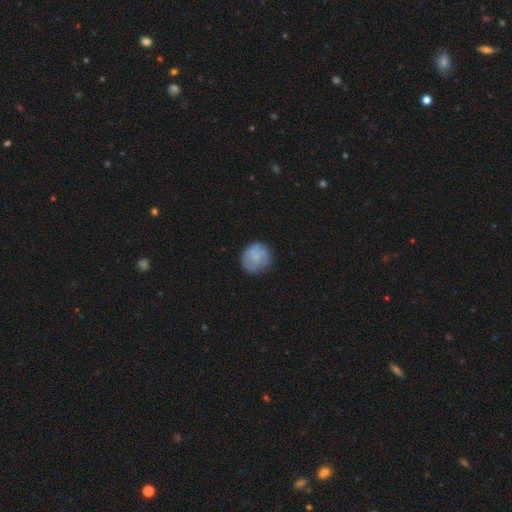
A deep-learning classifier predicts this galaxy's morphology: Smooth or featured? smooth (66%)
How rounded? round (87%)
Merging? none (73%)